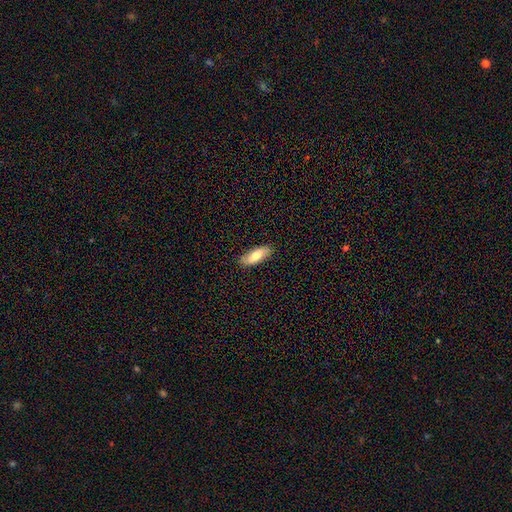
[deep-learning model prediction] Smooth or featured: smooth — 73% (featured or disk — 21%)
How rounded: in between — 71% (cigar-shaped — 26%)
Merging: none — 87% (minor disturbance — 10%)